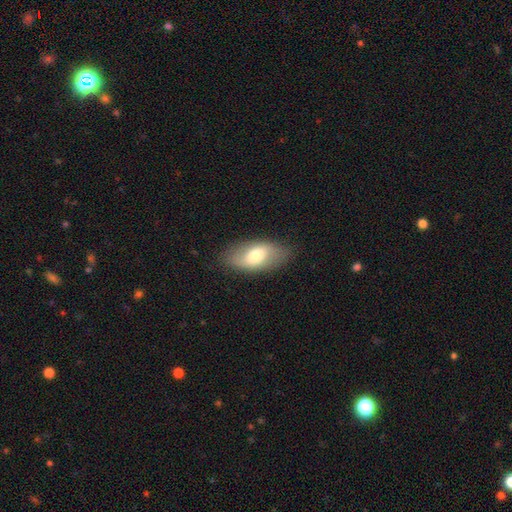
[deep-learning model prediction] Smooth or featured: smooth — 60% (featured or disk — 33%)
How rounded: in between — 91% (cigar-shaped — 4%)
Merging: none — 81% (minor disturbance — 14%)